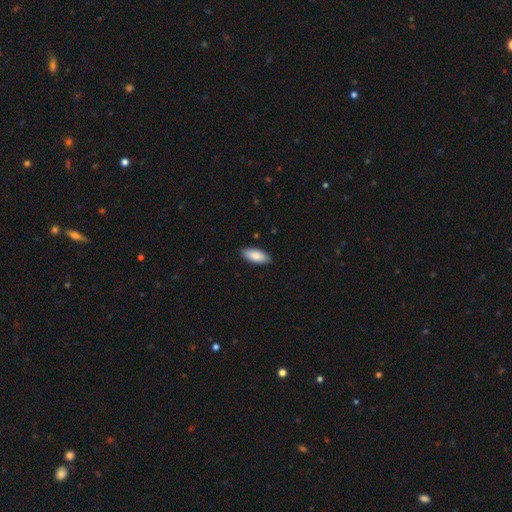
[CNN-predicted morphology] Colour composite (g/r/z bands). It shows a smooth galaxy with no disk features (87%) that is in between round and cigar-shaped (87%). Merging: none (88%).